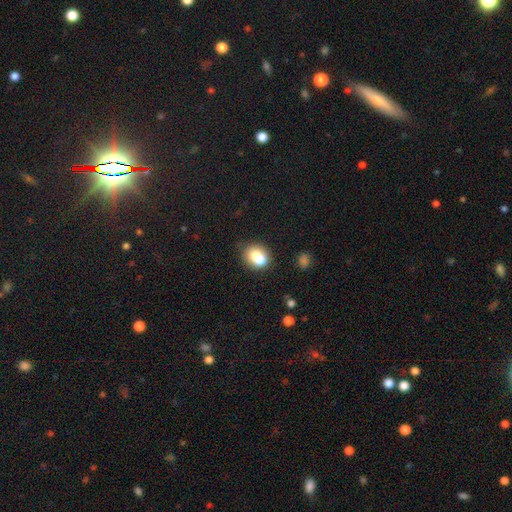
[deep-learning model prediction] Q: Smooth or featured?
A: smooth (73%); runner-up: featured or disk (17%)
Q: How rounded?
A: round (50%); runner-up: in between (49%)
Q: Merging?
A: none (45%); runner-up: merger (37%)